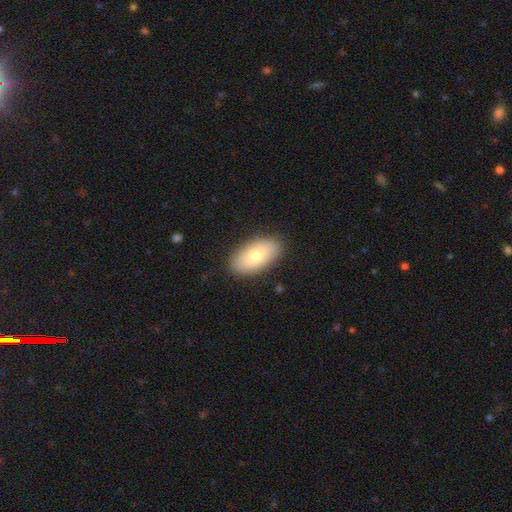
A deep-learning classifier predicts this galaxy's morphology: type=smooth (77%); roundness=in between (93%); merging=none (88%).